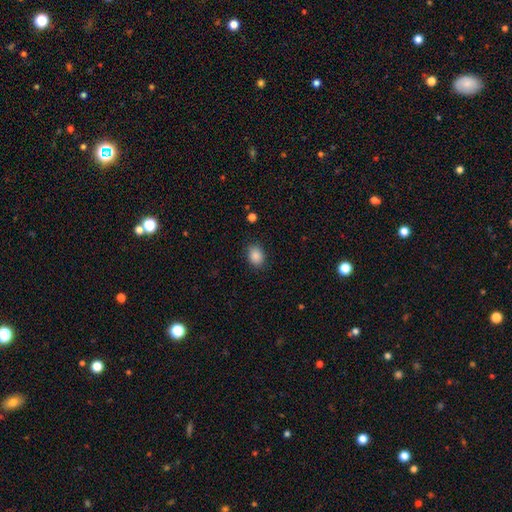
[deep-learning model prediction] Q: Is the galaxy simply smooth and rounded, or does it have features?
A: smooth — 88%.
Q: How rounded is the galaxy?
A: in between — 63%.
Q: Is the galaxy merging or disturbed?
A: none — 86%.